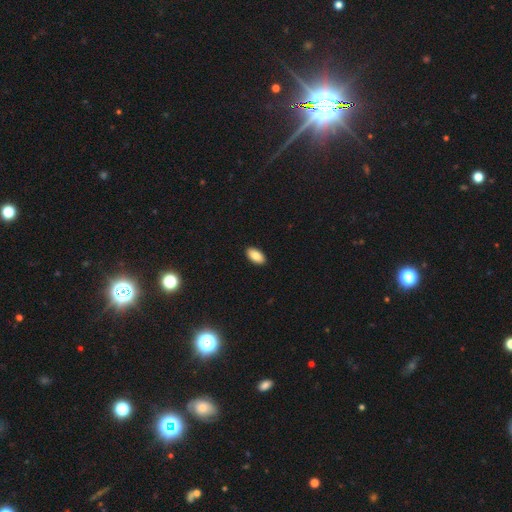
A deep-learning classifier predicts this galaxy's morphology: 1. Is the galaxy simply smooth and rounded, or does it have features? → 85% smooth, 8% featured or disk, 7% star or artifact.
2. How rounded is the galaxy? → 94% in between, 3% cigar-shaped, 3% round.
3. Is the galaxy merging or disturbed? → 91% none, 7% minor disturbance, 1% major disturbance, 1% merger.